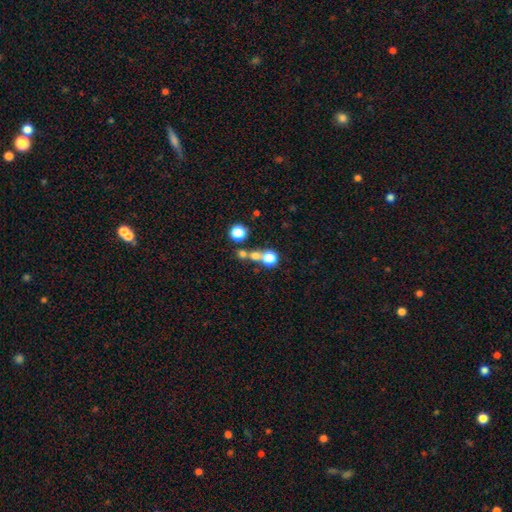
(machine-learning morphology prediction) Smooth or featured? Predicted: smooth (p=0.65). How rounded? Predicted: round (p=0.87). Merging? Predicted: none (p=0.49).